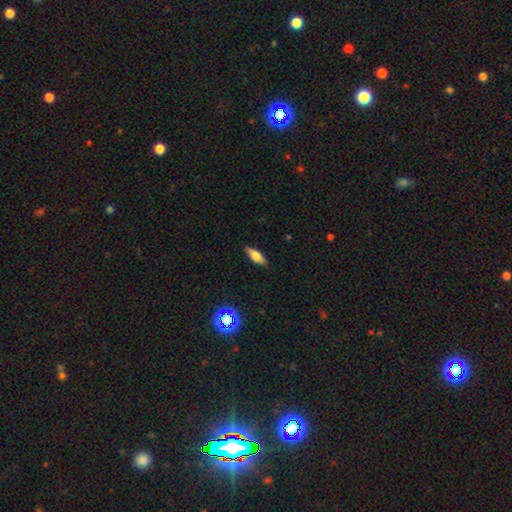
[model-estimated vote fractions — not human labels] This is possibly a smooth galaxy (56%). How rounded: possibly in between (58%). Merging: clearly none (87%).